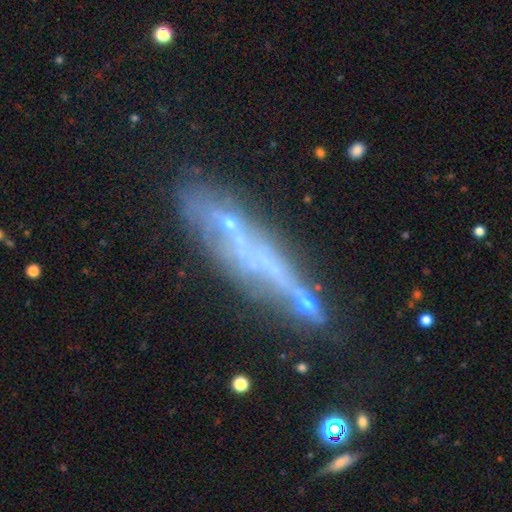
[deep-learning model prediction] Q: Smooth or featured?
A: featured or disk (57%); runner-up: smooth (26%)
Q: Edge-on disk?
A: yes (72%); runner-up: no (28%)
Q: Merging?
A: none (61%); runner-up: minor disturbance (20%)